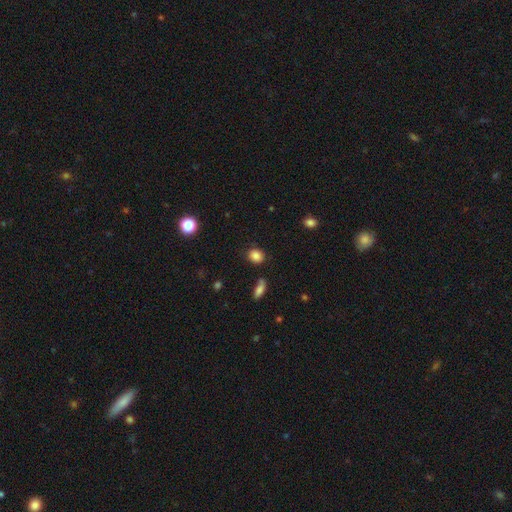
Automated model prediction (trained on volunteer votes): A smooth galaxy with no disk features (84%) that is round (64%). Merging: none (81%).